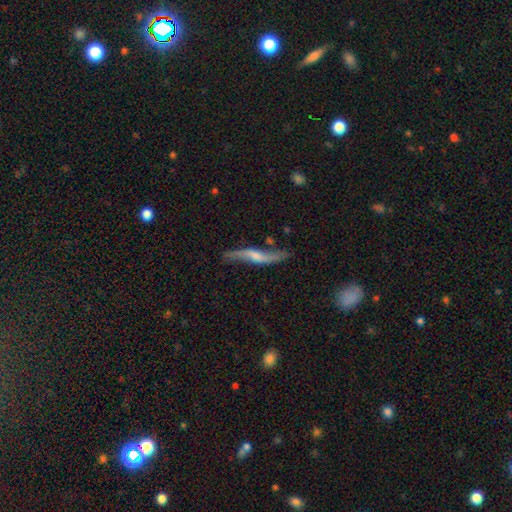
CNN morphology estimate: smooth-or-featured: featured or disk: 77% | smooth: 17% | star or artifact: 6%
  disk-edge-on: no: 56% | yes: 44%
  merging: none: 68% | minor disturbance: 21% | major disturbance: 8% | merger: 4%